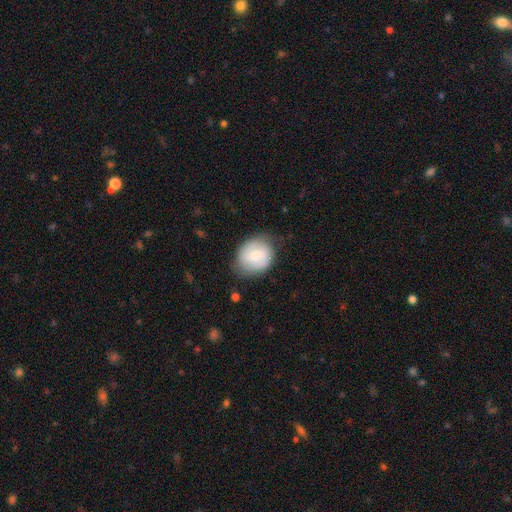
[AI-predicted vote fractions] This appears to be a smooth galaxy with no disk features (54%) that is round (64%). Merging: none (72%).